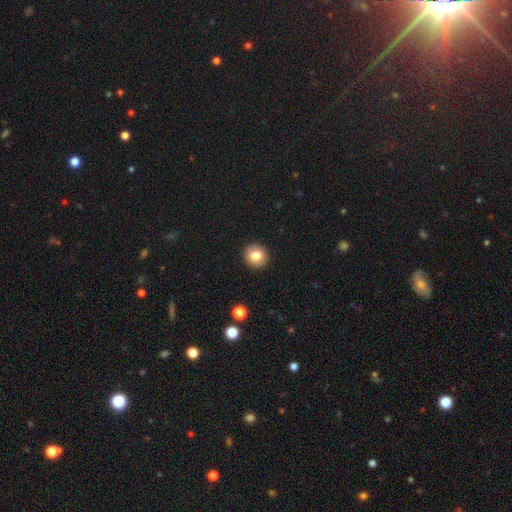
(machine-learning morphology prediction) Overall: smooth (81%). How rounded: round (90%). Merging: none (93%).